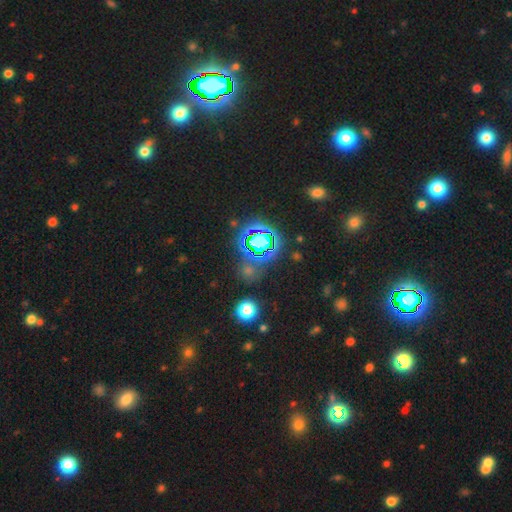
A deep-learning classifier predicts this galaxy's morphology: Smooth or featured? star or artifact (77%)